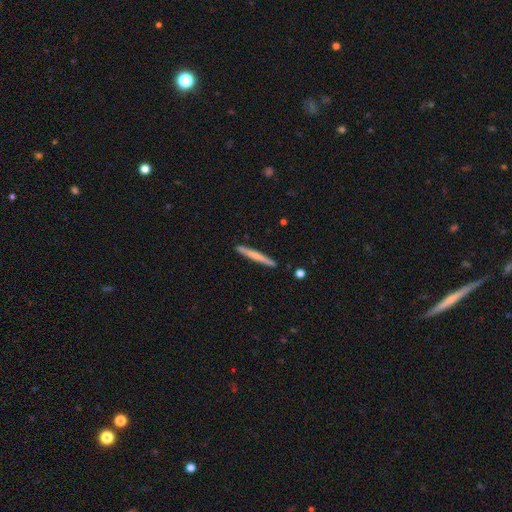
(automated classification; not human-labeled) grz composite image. It shows a smooth galaxy with no disk features (61%) that is cigar-shaped (97%). Merging: none (90%).